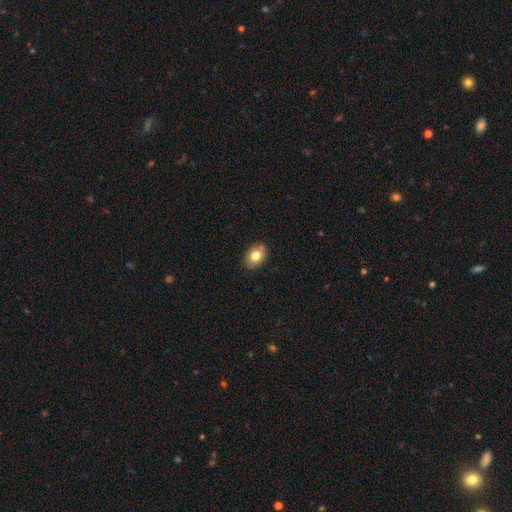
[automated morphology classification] This is likely a smooth galaxy (79%). How rounded: likely in between (67%). Merging: clearly none (83%).